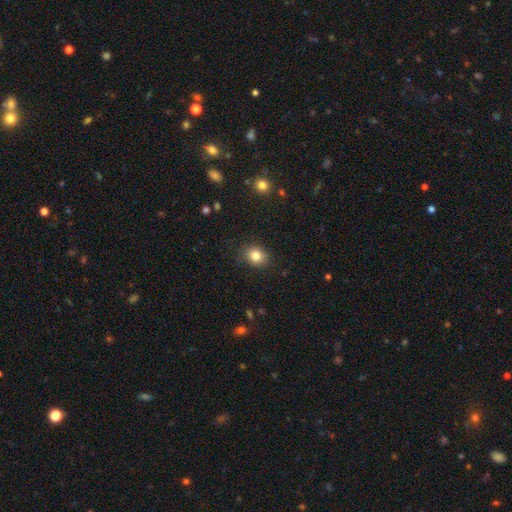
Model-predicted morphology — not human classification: A smooth galaxy with no disk features (83%) that is round (61%). Merging: none (85%).